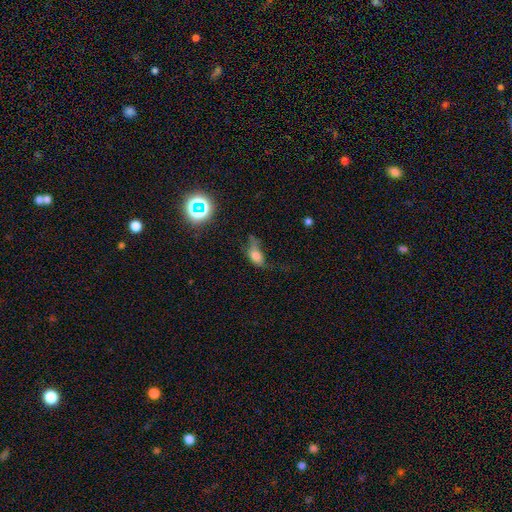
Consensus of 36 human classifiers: smooth 69%, featured or disk 25%, star or artifact 6%. Down the decision tree: how rounded — in between (64%); merging — major disturbance (65%).